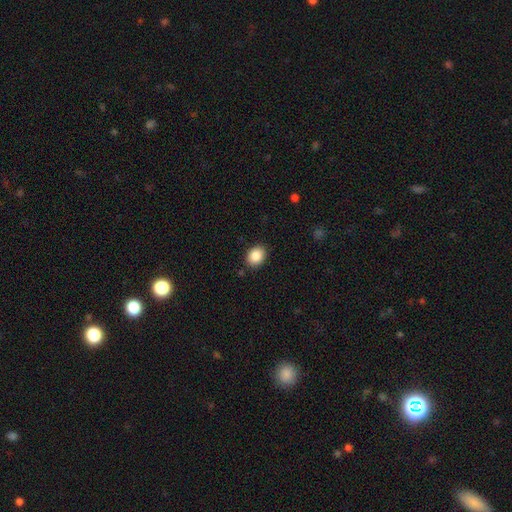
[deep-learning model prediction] The model was most divided on "how rounded": in between: 53%, round: 46%, cigar-shaped: 1%. More confident: merging — none (88%); smooth or featured — smooth (87%).